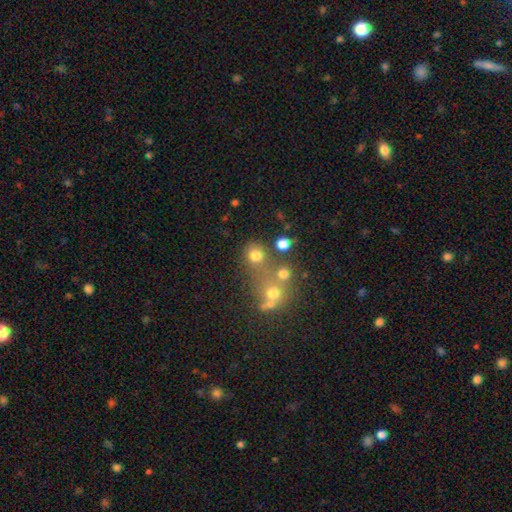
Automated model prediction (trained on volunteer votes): Smooth or featured: smooth — 73% (star or artifact — 17%)
How rounded: round — 81% (in between — 18%)
Merging: none — 57% (merger — 26%)